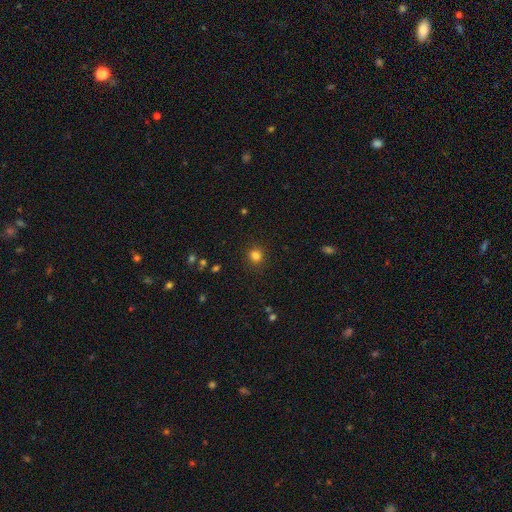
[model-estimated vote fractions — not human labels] This appears to be a smooth galaxy with no disk features (81%) that is round (83%). Merging: none (87%).